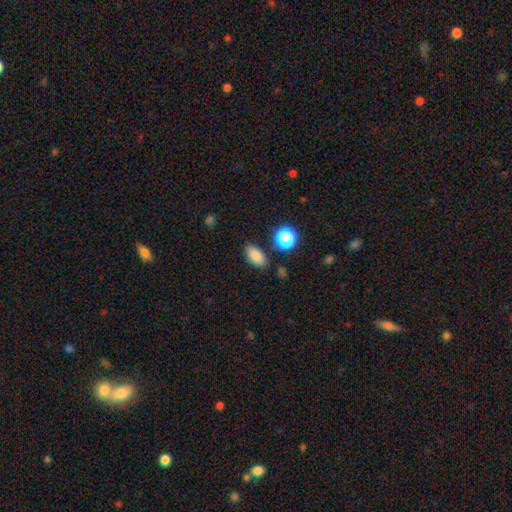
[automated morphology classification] This is clearly a smooth galaxy (83%). How rounded: clearly in between (87%). Merging: clearly none (82%).